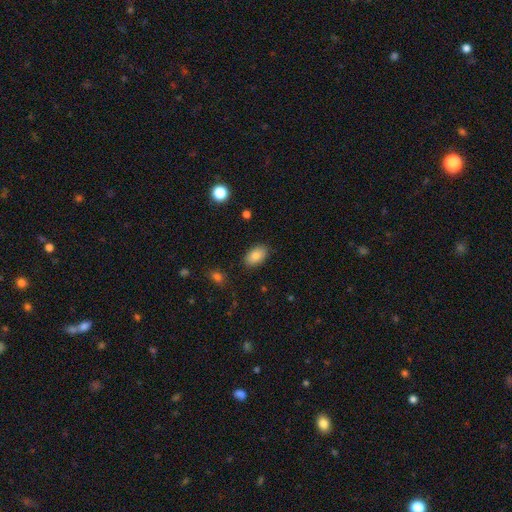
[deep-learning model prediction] smooth 85%, star or artifact 8%, featured or disk 7%. Down the decision tree: how rounded — in between (92%); merging — none (87%).